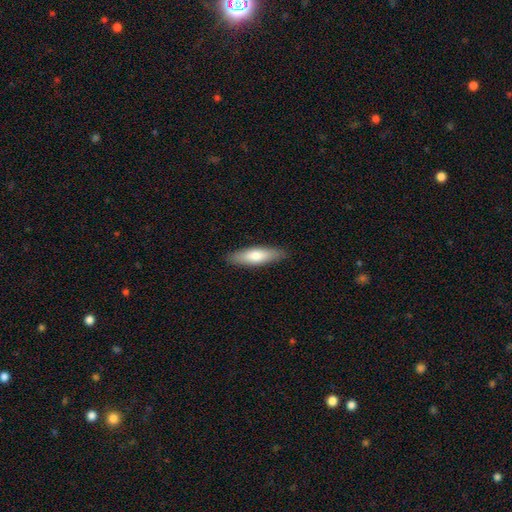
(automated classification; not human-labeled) This appears to be a smooth galaxy with no disk features (72%) that is cigar-shaped (66%). Merging: none (89%).